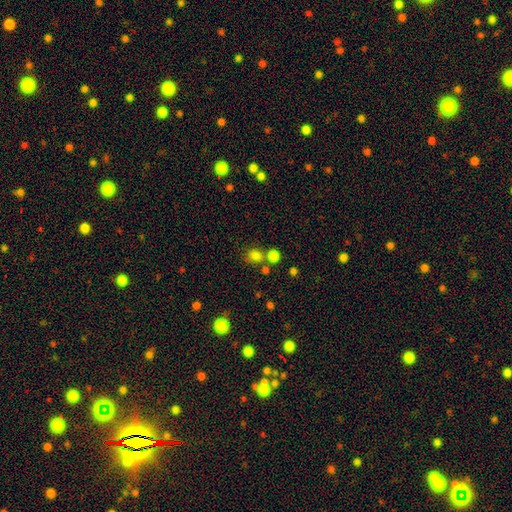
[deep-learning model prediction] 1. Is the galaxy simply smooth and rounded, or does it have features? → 78% smooth, 16% star or artifact, 6% featured or disk.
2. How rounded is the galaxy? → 68% round, 31% in between, 1% cigar-shaped.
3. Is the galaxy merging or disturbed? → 60% none, 25% merger, 11% minor disturbance, 5% major disturbance.